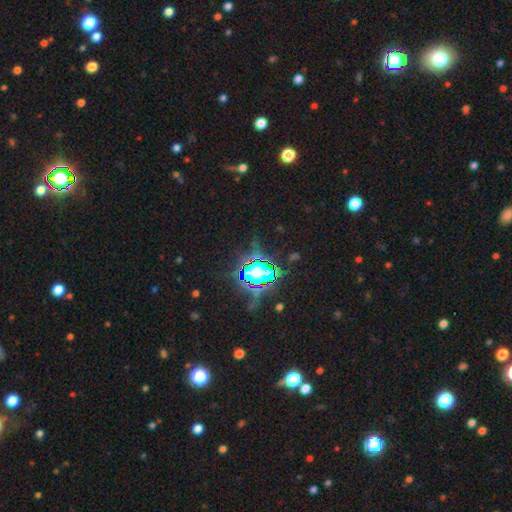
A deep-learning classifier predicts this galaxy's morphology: smooth-or-featured: star or artifact: 83% | smooth: 10% | featured or disk: 7%